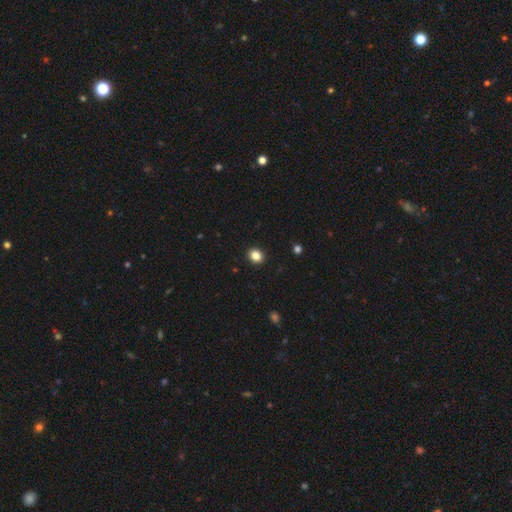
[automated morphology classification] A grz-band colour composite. It shows a smooth galaxy with no disk features (85%) that is round (69%). Merging: none (92%).